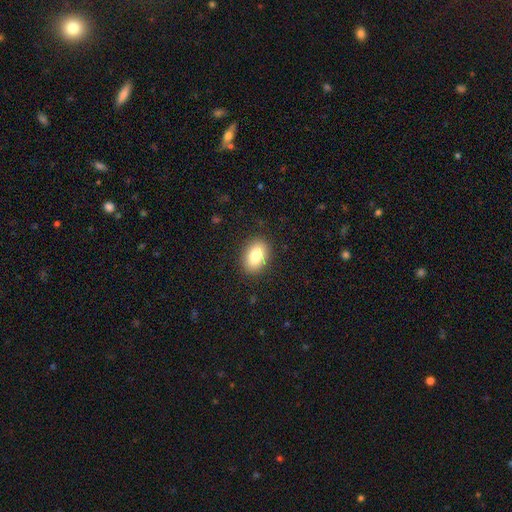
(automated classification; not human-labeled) The model was most divided on "how rounded": in between: 86%, round: 13%, cigar-shaped: 1%. More confident: merging — none (87%); smooth or featured — smooth (84%).